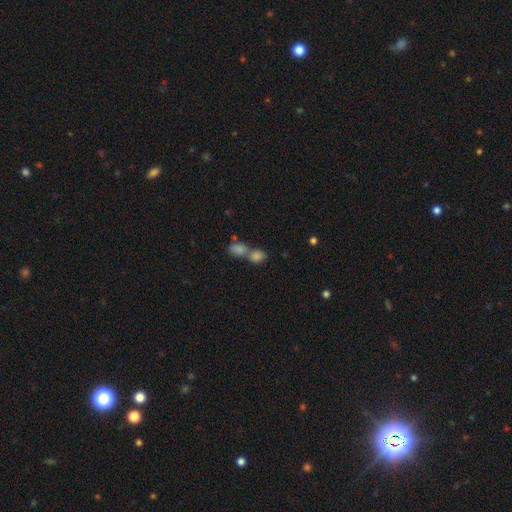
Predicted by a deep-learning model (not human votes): Smooth or featured? smooth (78%)
How rounded? in between (49%)
Merging? merger (58%)